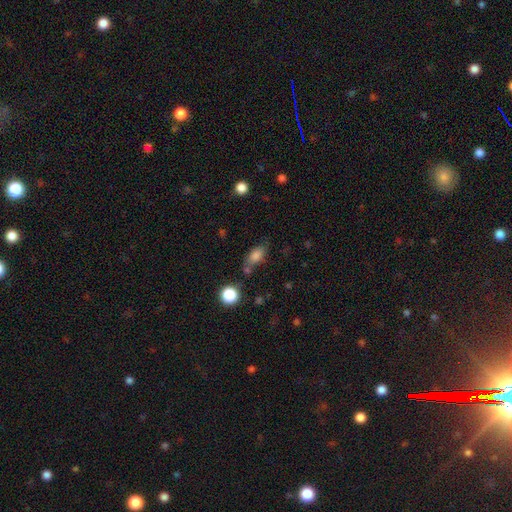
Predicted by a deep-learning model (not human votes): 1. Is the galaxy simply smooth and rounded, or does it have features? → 80% smooth, 10% star or artifact, 9% featured or disk.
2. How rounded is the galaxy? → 81% in between, 11% round, 8% cigar-shaped.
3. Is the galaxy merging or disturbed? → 63% none, 19% minor disturbance, 13% merger, 6% major disturbance.